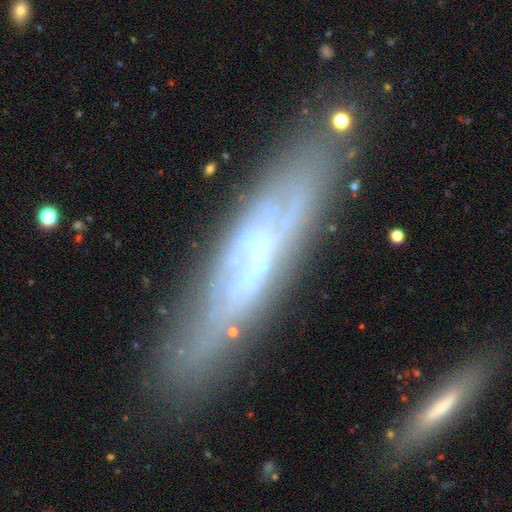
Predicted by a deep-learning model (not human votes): Q: Smooth or featured?
A: featured or disk (69%); runner-up: smooth (23%)
Q: Edge-on disk?
A: no (50%); tied with: yes (50%)
Q: Merging?
A: none (74%); runner-up: minor disturbance (17%)